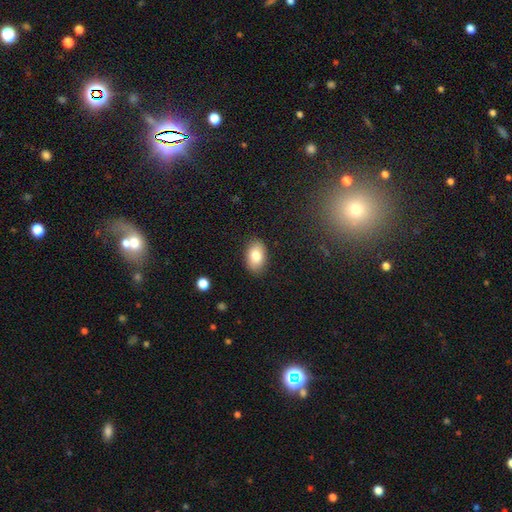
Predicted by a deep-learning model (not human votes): This appears to be a smooth galaxy with no disk features (82%) that is in between round and cigar-shaped (90%). Merging: none (87%).